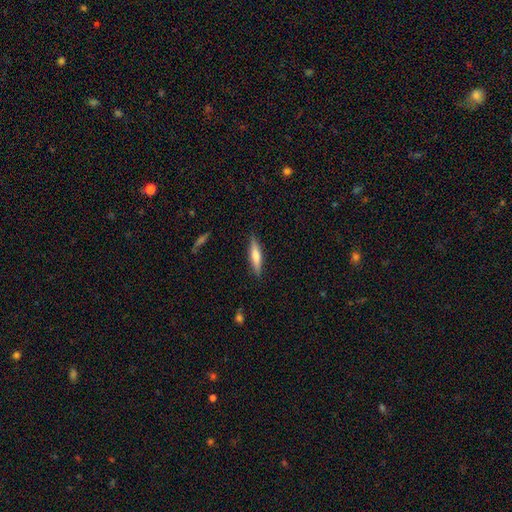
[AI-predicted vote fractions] The model was most divided on "smooth or featured": smooth: 60%, featured or disk: 34%, star or artifact: 6%. More confident: merging — none (88%); how rounded — cigar-shaped (80%).